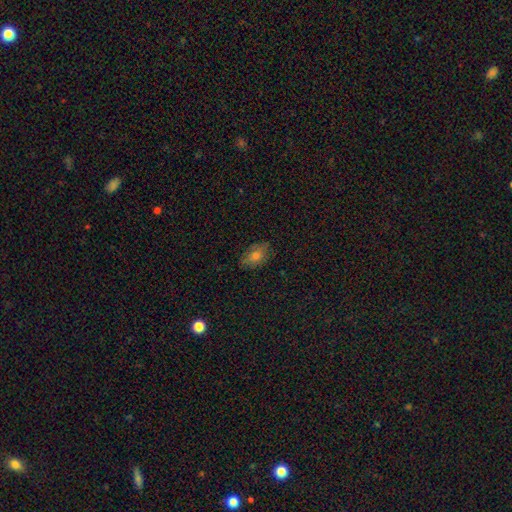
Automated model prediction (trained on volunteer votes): Smooth or featured? Predicted: smooth (p=0.71). How rounded? Predicted: in between (p=0.84). Merging? Predicted: none (p=0.81).